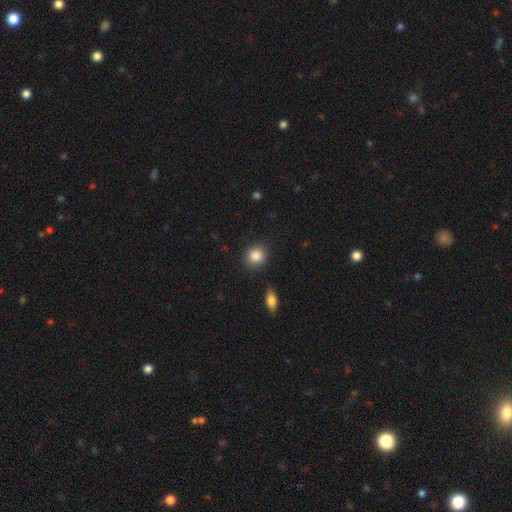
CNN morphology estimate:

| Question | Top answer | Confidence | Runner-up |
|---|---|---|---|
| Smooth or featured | smooth | 86% | star or artifact (9%) |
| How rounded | round | 79% | in between (20%) |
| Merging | none | 85% | minor disturbance (9%) |